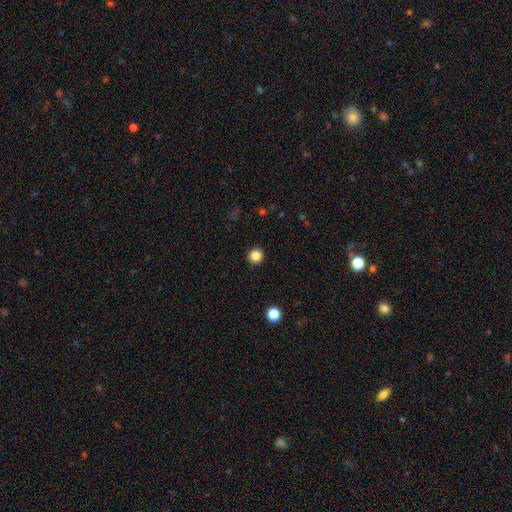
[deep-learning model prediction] Morphology: type=smooth (85%); roundness=round (96%); merging=none (93%).